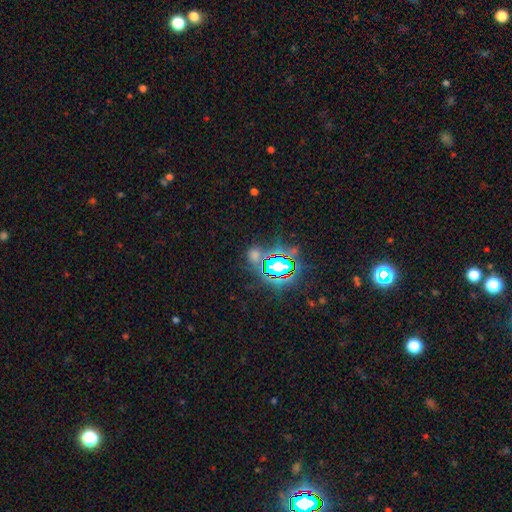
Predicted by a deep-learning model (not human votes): star or artifact 65%, smooth 26%, featured or disk 9%.